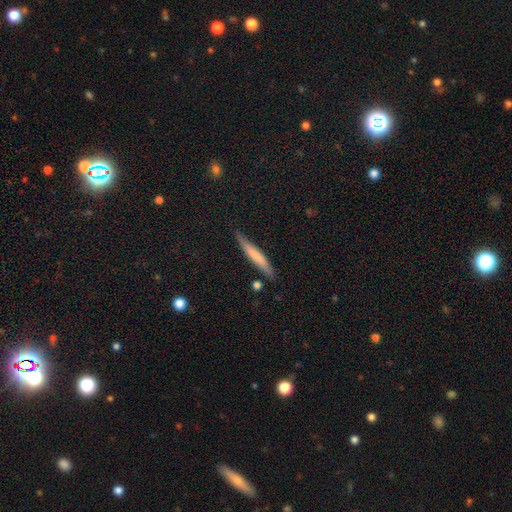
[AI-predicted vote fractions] This appears to be a smooth galaxy with no disk features (65%) that is cigar-shaped (94%). Merging: none (80%).